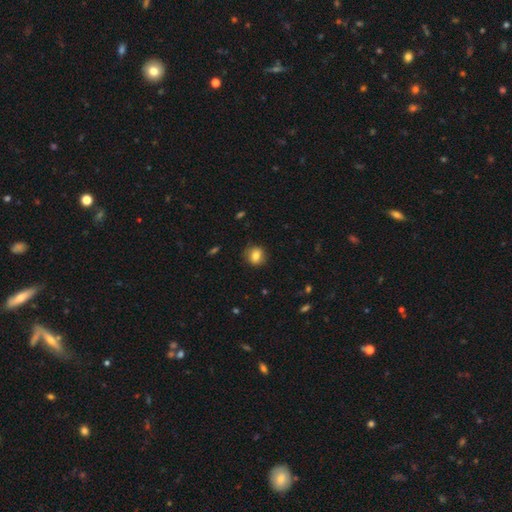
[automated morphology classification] type=smooth (79%); roundness=round (73%); merging=none (85%).